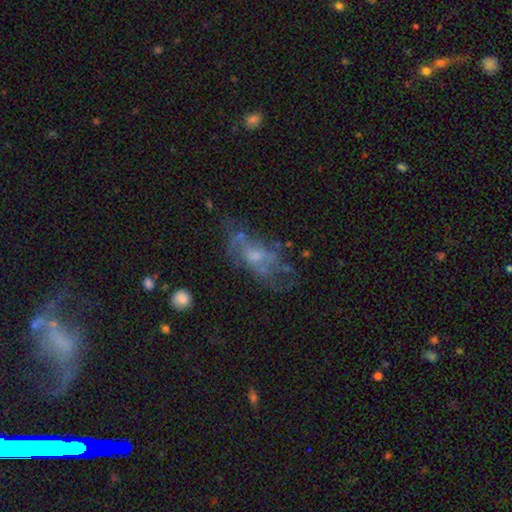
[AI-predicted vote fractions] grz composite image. It shows a featured or disk galaxy (61%) with no bar (73%), no spiral arms (59%) and a small central bulge (42%). Merging: none (46%).